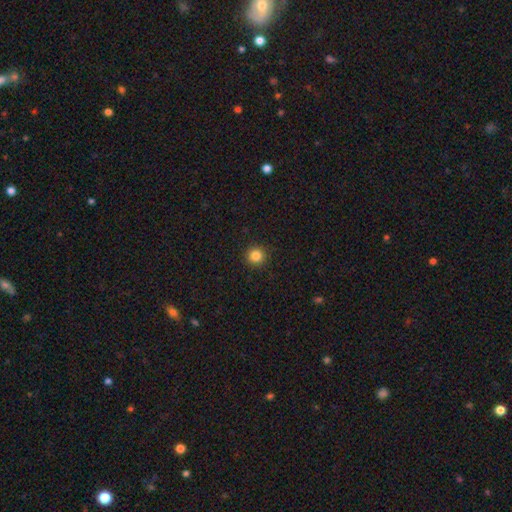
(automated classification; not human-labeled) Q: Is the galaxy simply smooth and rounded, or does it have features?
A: smooth — 84%.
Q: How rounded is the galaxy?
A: round — 95%.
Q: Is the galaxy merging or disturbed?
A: none — 93%.